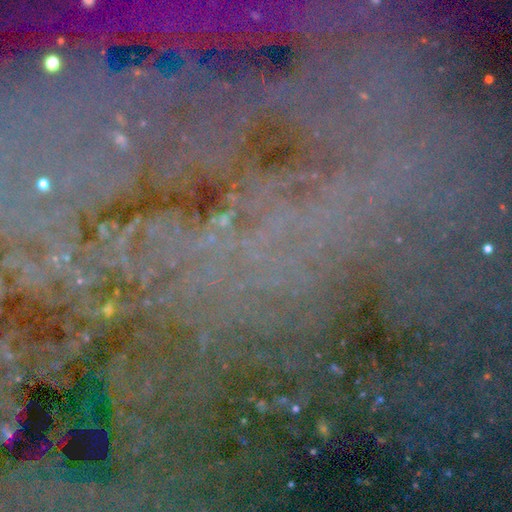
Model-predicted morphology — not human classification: type=star or artifact (84%).